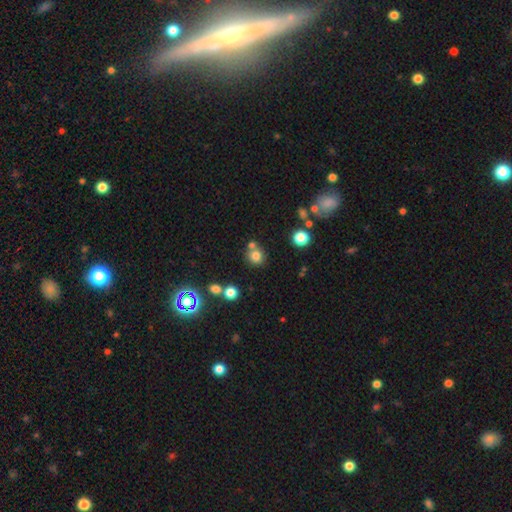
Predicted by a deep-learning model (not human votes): Overall: smooth (76%). How rounded: round (88%). Merging: none (64%; merger 24%).